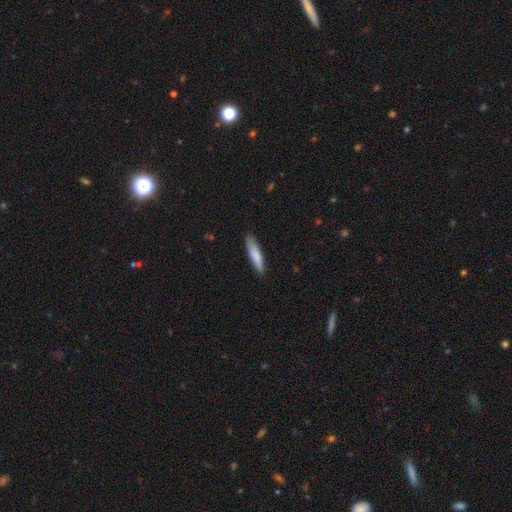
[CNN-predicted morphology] smooth 81%, featured or disk 14%, star or artifact 6%. Down the decision tree: how rounded — cigar-shaped (80%); merging — none (85%).